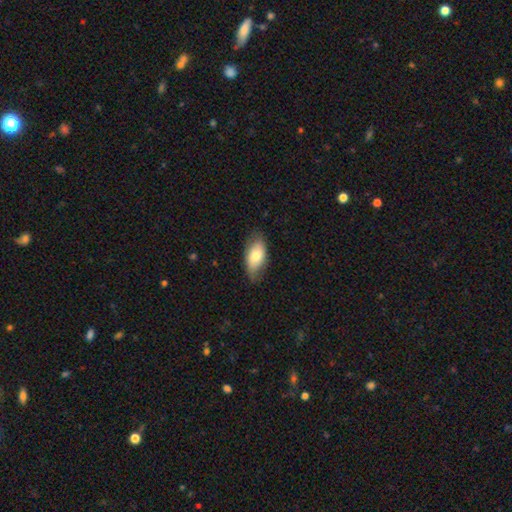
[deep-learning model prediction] smooth_or_featured: smooth (p=0.70) [alt: featured or disk p=0.24]
how_rounded: in between (p=0.92) [alt: cigar-shaped p=0.04]
merging: none (p=0.69) [alt: minor disturbance p=0.24]